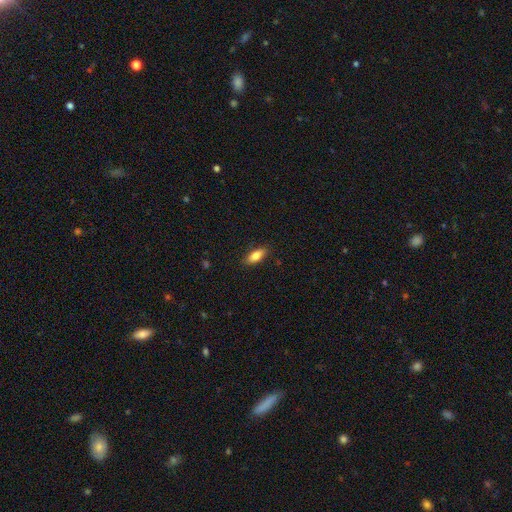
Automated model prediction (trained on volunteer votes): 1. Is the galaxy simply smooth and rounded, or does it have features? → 81% smooth, 12% featured or disk, 7% star or artifact.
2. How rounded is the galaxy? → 77% in between, 20% cigar-shaped, 3% round.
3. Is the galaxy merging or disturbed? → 87% none, 10% minor disturbance, 2% major disturbance, 1% merger.